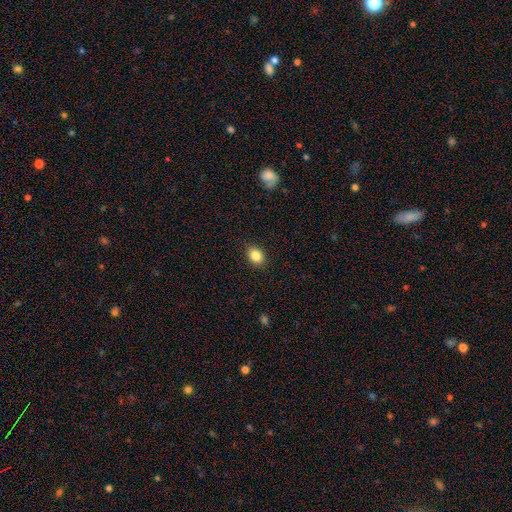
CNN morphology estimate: A smooth galaxy with no disk features (85%) that is in between round and cigar-shaped (56%).

Vote fractions:
- Smooth or featured? smooth: 85% / star or artifact: 10% / featured or disk: 5%
- How rounded? in between: 56% / round: 43% / cigar-shaped: 1%
- Merging? none: 89% / minor disturbance: 8% / major disturbance: 2% / merger: 1%